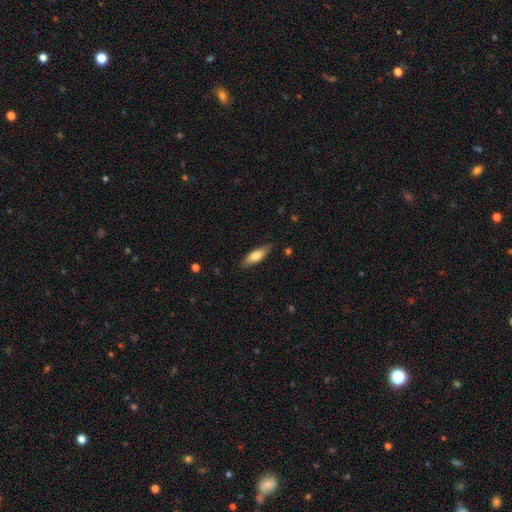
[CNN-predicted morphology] Q: Smooth or featured?
A: smooth (68%); runner-up: featured or disk (26%)
Q: How rounded?
A: in between (55%); runner-up: cigar-shaped (43%)
Q: Merging?
A: none (82%); runner-up: minor disturbance (14%)